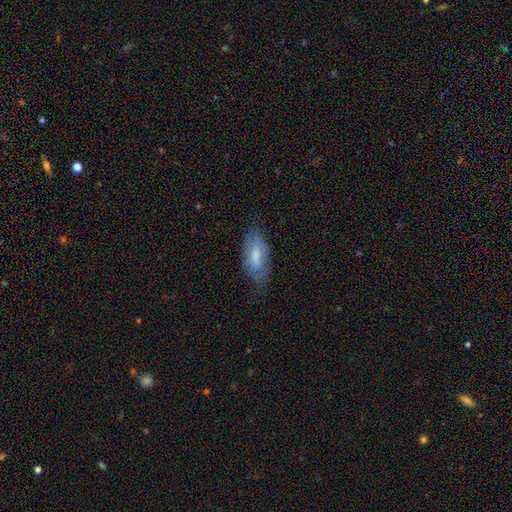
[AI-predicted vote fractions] Smooth or featured? Predicted: smooth (p=0.61). How rounded? Predicted: in between (p=0.81). Merging? Predicted: none (p=0.65).